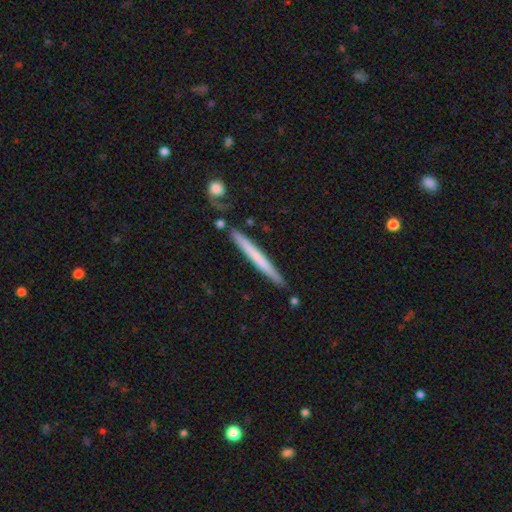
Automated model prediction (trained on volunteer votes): Morphology: type=smooth (47%); merging=none (89%).